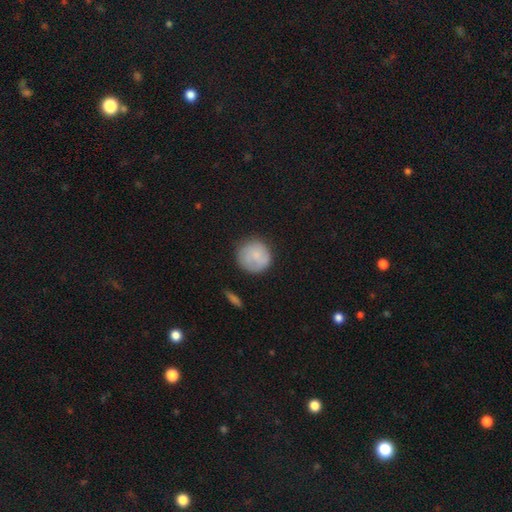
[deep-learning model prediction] Overall: smooth (77%). How rounded: round (93%). Merging: none (77%).